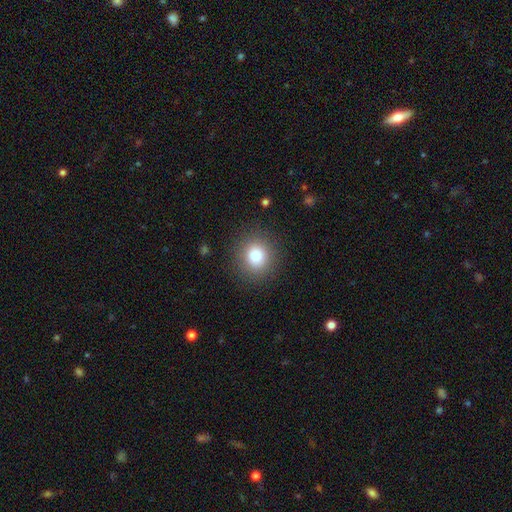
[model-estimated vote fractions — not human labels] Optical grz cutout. It shows a smooth galaxy with no disk features (82%) that is round (86%). Merging: none (88%).